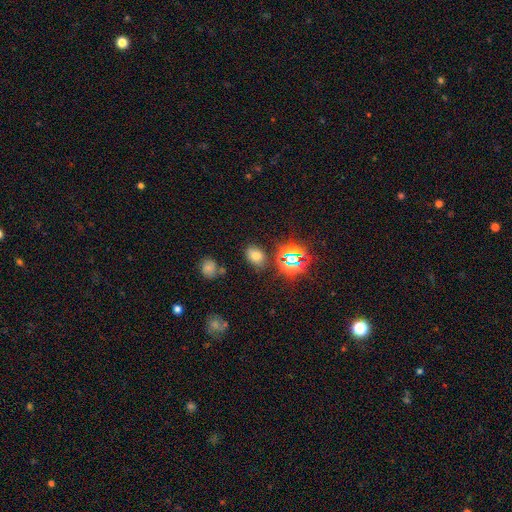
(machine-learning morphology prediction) The model was most divided on "smooth or featured": smooth: 65%, star or artifact: 27%, featured or disk: 8%. More confident: how rounded — in between (80%); merging — none (78%).